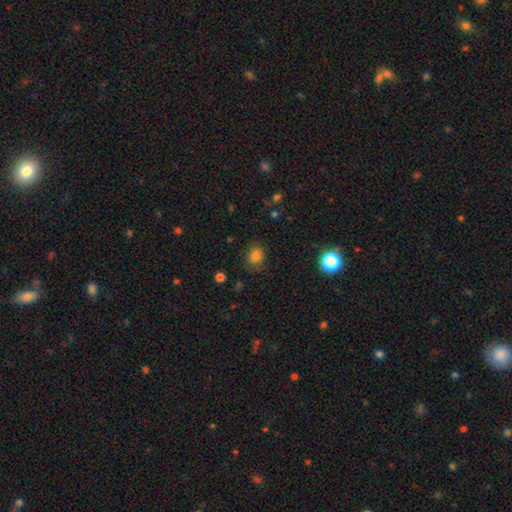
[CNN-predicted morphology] smooth_or_featured: smooth (p=0.80) [alt: star or artifact p=0.14]
how_rounded: round (p=0.59) [alt: in between p=0.40]
merging: none (p=0.77) [alt: minor disturbance p=0.16]